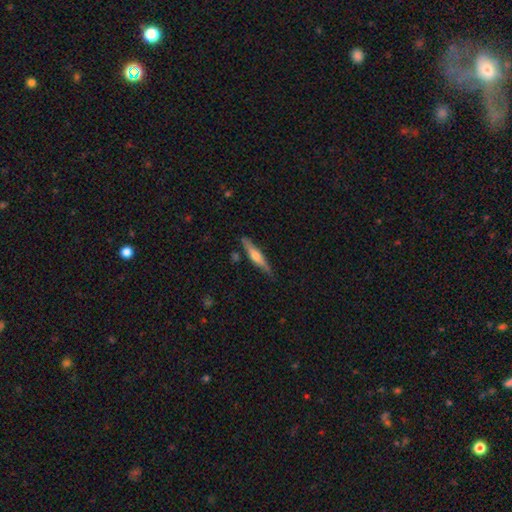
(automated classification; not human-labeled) A featured or disk galaxy (58%) viewed edge-on (95%) with a rounded central bulge (83%). Merging: none (81%).